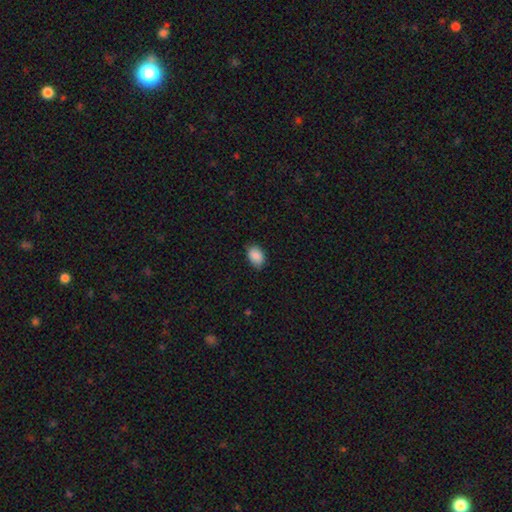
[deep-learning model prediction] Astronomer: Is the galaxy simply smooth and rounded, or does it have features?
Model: smooth — 89%.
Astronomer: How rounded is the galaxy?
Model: in between — 83%.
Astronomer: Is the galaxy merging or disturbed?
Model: none — 83%.